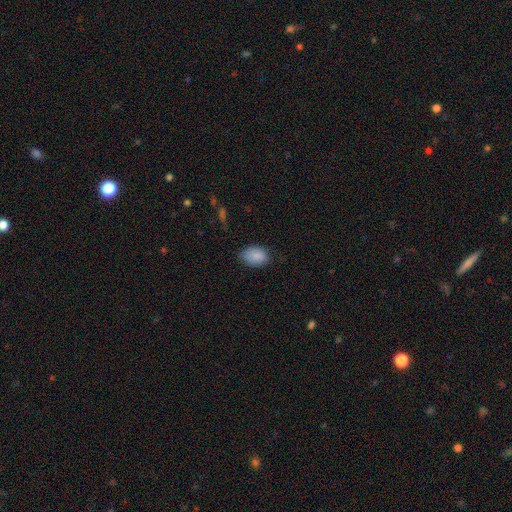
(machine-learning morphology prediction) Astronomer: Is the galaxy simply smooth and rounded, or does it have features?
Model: smooth — 87%.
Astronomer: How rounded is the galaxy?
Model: in between — 83%.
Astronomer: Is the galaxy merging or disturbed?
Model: none — 73%.